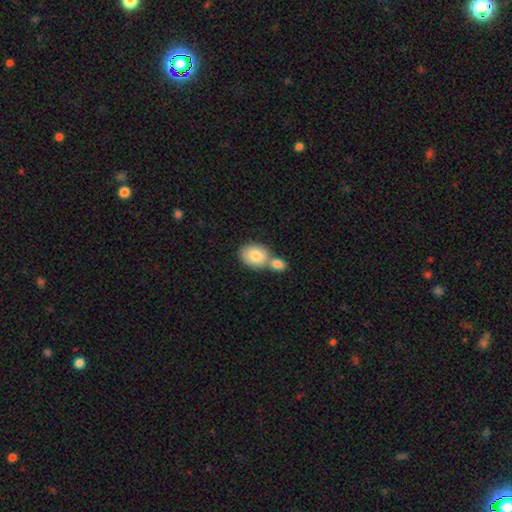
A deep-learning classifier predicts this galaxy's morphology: Q: Smooth or featured?
A: smooth (83%); runner-up: featured or disk (11%)
Q: How rounded?
A: in between (57%); runner-up: round (41%)
Q: Merging?
A: merger (51%); runner-up: none (37%)